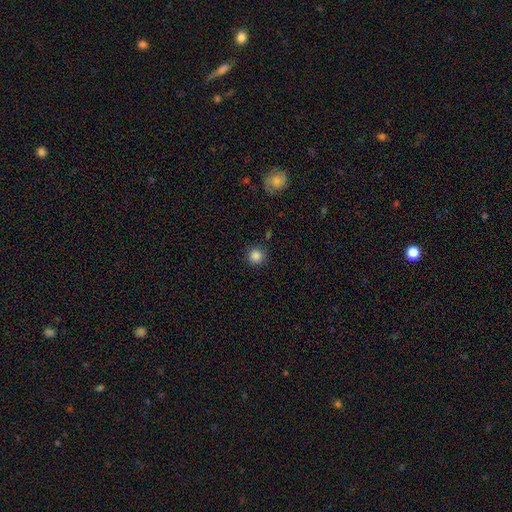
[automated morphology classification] The model was most divided on "smooth or featured": smooth: 85%, star or artifact: 11%, featured or disk: 4%. More confident: how rounded — round (94%); merging — none (88%).